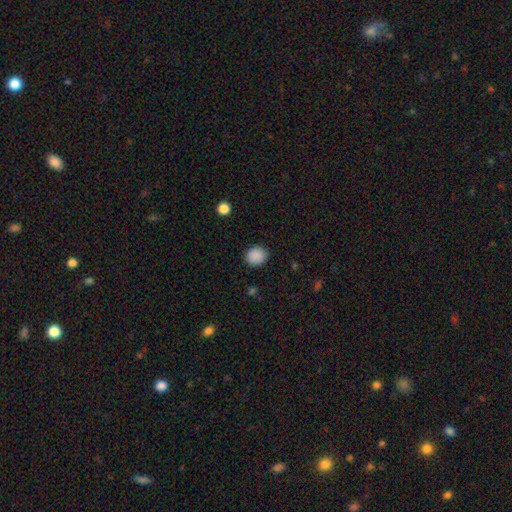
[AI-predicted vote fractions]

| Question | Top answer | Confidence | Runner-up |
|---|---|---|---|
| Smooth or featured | smooth | 89% | star or artifact (9%) |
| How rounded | round | 75% | in between (24%) |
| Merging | none | 89% | minor disturbance (8%) |